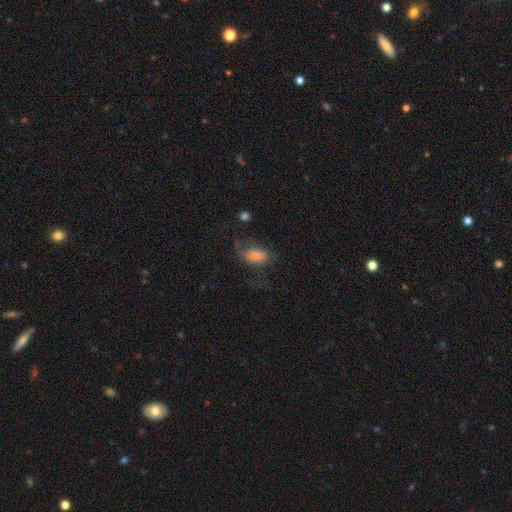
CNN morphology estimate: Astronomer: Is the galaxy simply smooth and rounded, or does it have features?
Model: smooth — 74%.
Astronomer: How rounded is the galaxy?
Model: in between — 90%.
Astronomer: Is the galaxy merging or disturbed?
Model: none — 41% (runner-up: major disturbance, 30%).